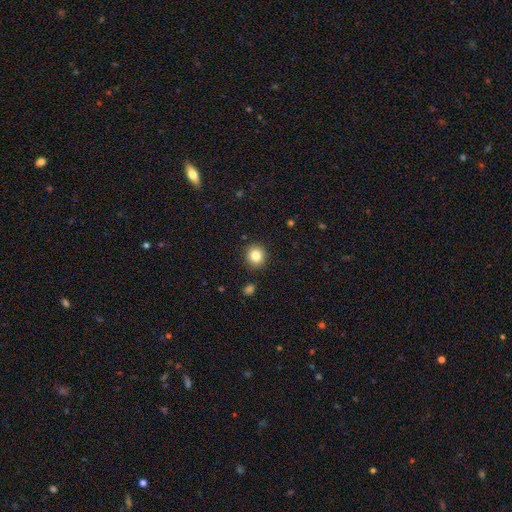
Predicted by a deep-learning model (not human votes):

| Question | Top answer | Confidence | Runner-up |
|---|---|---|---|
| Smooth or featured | smooth | 83% | star or artifact (10%) |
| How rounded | round | 90% | in between (10%) |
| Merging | none | 90% | minor disturbance (6%) |